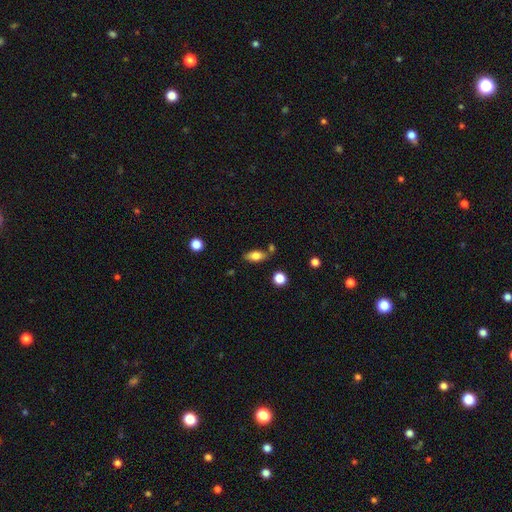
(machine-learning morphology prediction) A smooth galaxy with no disk features (77%) that is in between round and cigar-shaped (85%). Merging: none (73%).